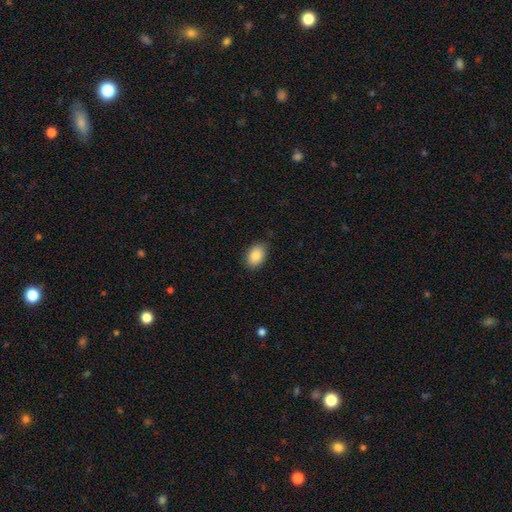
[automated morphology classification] A smooth galaxy with no disk features (87%) that is in between round and cigar-shaped (83%).

Vote fractions:
- Smooth or featured? smooth: 87% / star or artifact: 7% / featured or disk: 6%
- How rounded? in between: 83% / round: 16% / cigar-shaped: 1%
- Merging? none: 83% / minor disturbance: 13% / major disturbance: 2% / merger: 1%